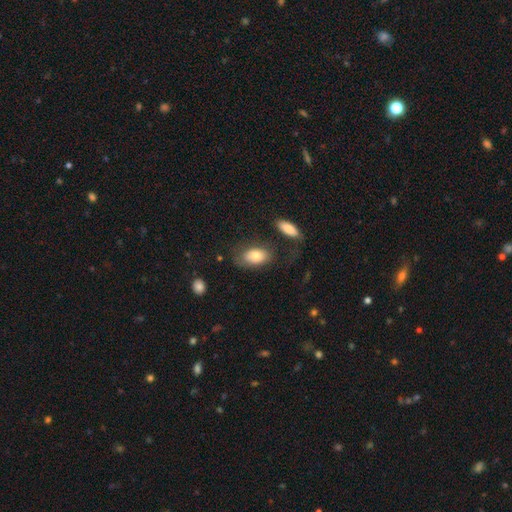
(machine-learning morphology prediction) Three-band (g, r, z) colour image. It shows a smooth galaxy with no disk features (75%) that is in between round and cigar-shaped (91%). Merging: none (57%).